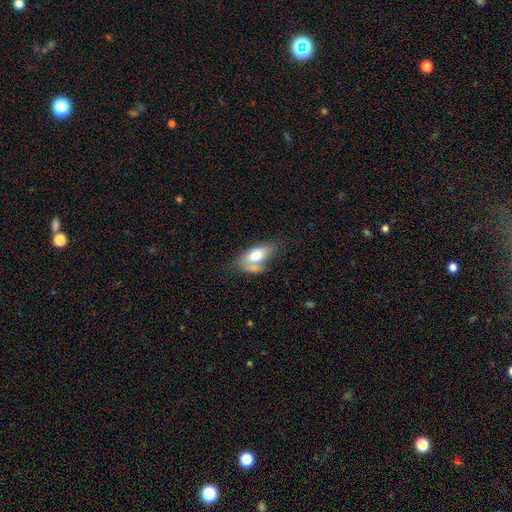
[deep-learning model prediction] Overall: smooth (71%). How rounded: in between (88%). Merging: none (34%; merger 32%).